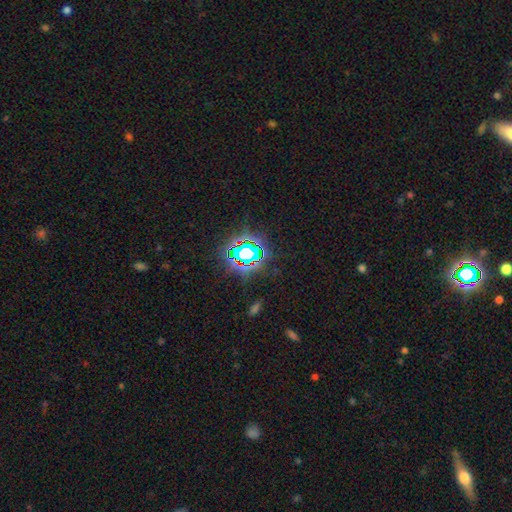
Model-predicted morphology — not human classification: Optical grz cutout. It shows a star or artifact, not a galaxy (76%).